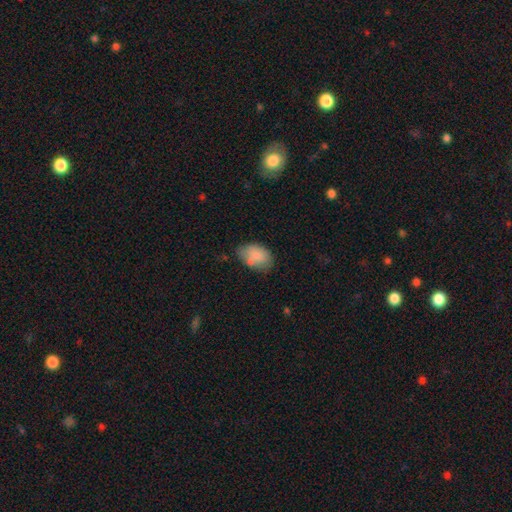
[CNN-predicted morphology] type=smooth (79%); roundness=in between (87%); merging=none (57%).